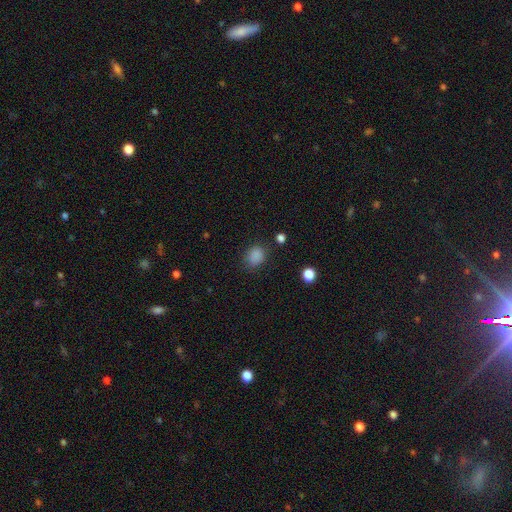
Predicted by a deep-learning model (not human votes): Smooth or featured? Predicted: smooth (p=0.85). How rounded? Predicted: round (p=0.56). Merging? Predicted: none (p=0.79).